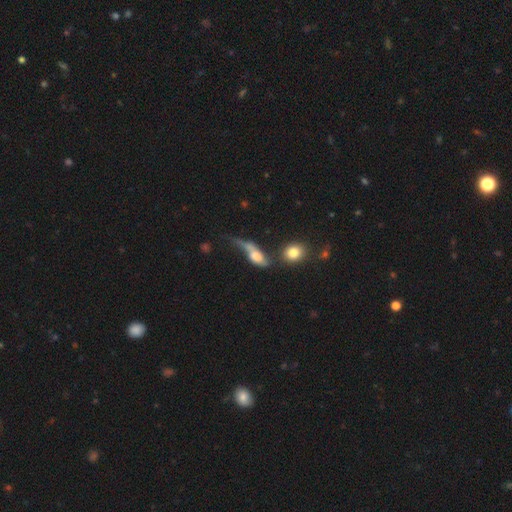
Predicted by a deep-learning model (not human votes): smooth-or-featured: smooth: 52% | featured or disk: 38% | star or artifact: 10%
  how-rounded: in between: 65% | cigar-shaped: 24% | round: 11%
  merging: major disturbance: 40% | merger: 25% | none: 18% | minor disturbance: 16%